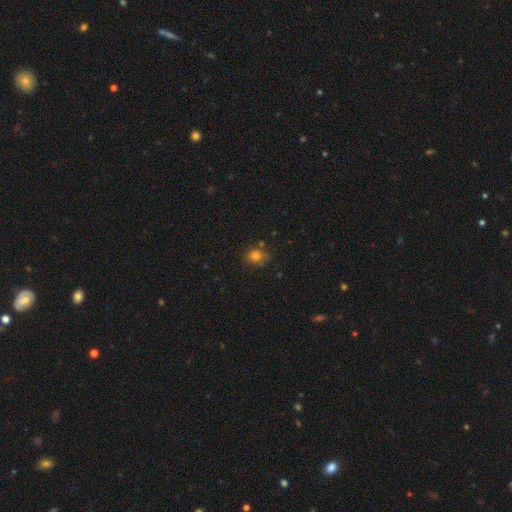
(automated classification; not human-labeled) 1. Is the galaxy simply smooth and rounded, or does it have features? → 80% smooth, 14% star or artifact, 7% featured or disk.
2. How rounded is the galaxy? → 82% round, 17% in between, 1% cigar-shaped.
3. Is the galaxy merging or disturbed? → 72% none, 17% minor disturbance, 6% merger, 5% major disturbance.